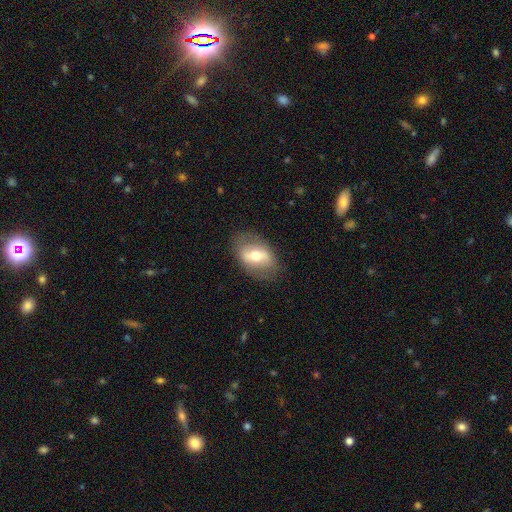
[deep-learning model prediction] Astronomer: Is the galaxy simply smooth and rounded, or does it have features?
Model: featured or disk — 52% (runner-up: smooth, 41%).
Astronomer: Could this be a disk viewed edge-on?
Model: no — 87%.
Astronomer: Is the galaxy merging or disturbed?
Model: none — 78%.